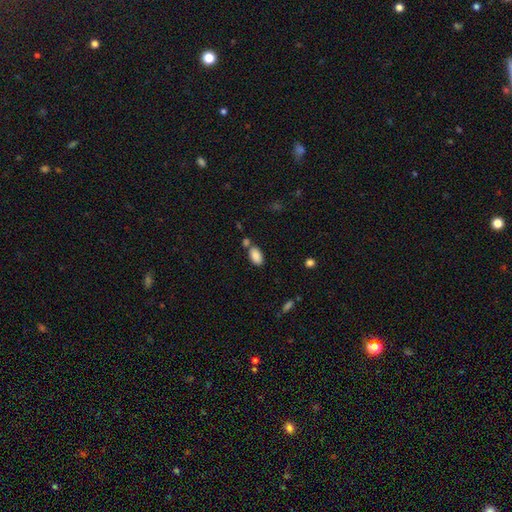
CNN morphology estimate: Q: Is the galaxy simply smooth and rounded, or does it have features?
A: smooth — 87%.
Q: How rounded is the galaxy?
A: in between — 94%.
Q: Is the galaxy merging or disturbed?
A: none — 64%.